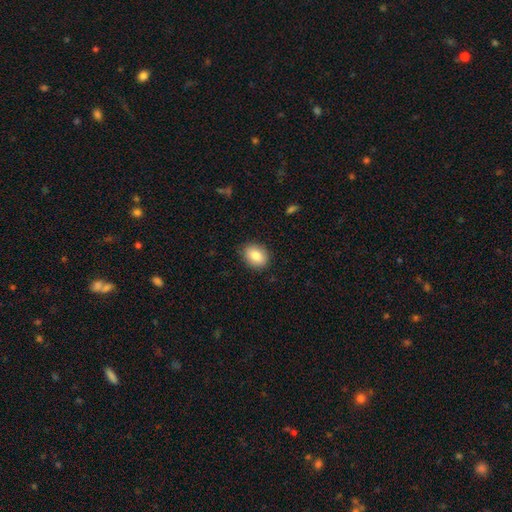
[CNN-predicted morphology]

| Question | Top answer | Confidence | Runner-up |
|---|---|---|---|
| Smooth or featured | smooth | 85% | star or artifact (8%) |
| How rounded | in between | 61% | round (38%) |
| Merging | none | 86% | minor disturbance (11%) |